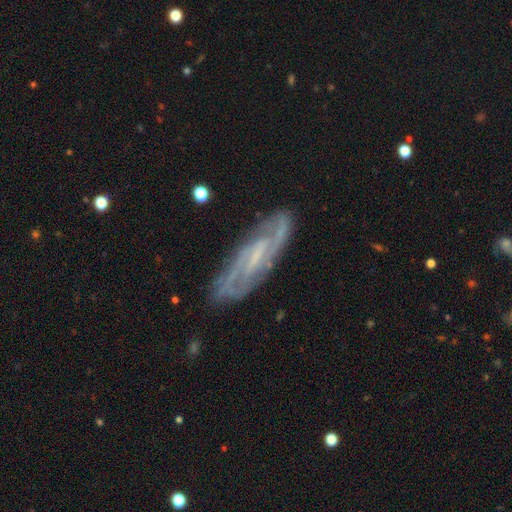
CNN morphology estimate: Smooth or featured: featured or disk — 79% (smooth — 14%)
Edge-on disk: no — 81% (yes — 19%)
Bar: weak — 46% (strong — 28%)
Spiral arms: yes — 89% (no — 11%)
Spiral winding: tight — 48% (medium — 38%)
Spiral arm count: 2 — 48% (can't tell — 33%)
Bulge size: small — 53% (none — 28%)
Merging: none — 77% (minor disturbance — 16%)